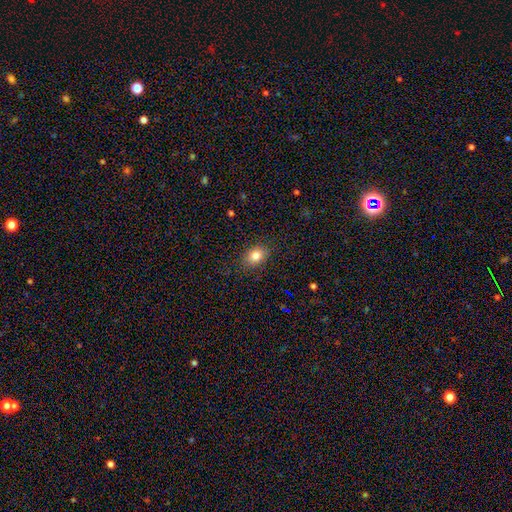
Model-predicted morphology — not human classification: Q: Smooth or featured?
A: smooth (82%); runner-up: star or artifact (10%)
Q: How rounded?
A: in between (71%); runner-up: round (28%)
Q: Merging?
A: none (86%); runner-up: minor disturbance (10%)